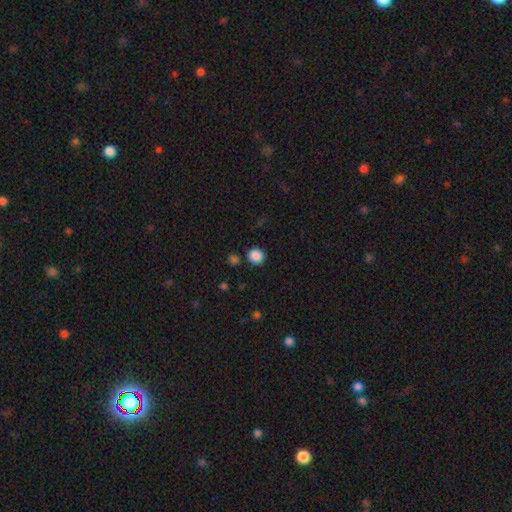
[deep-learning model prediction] Overall: smooth (87%). How rounded: round (92%). Merging: none (87%).